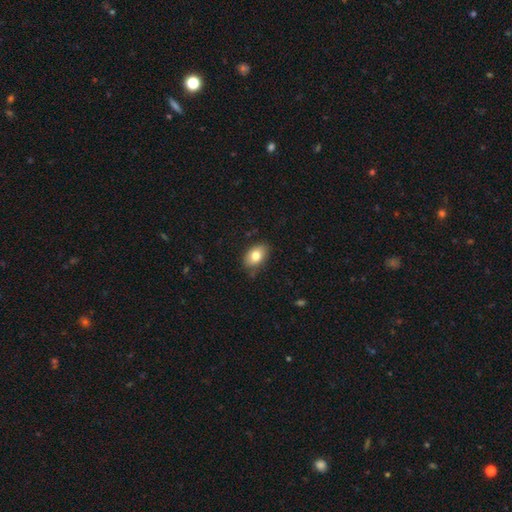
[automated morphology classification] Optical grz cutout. It shows a smooth galaxy with no disk features (80%) that is in between round and cigar-shaped (86%). Merging: none (80%).